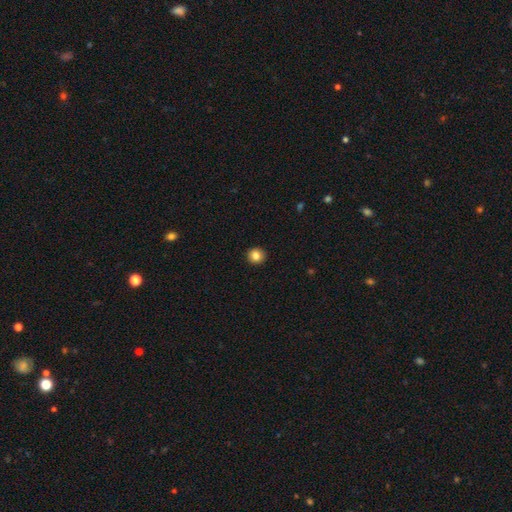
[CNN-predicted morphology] A smooth galaxy with no disk features (84%) that is round (92%). Merging: none (93%).